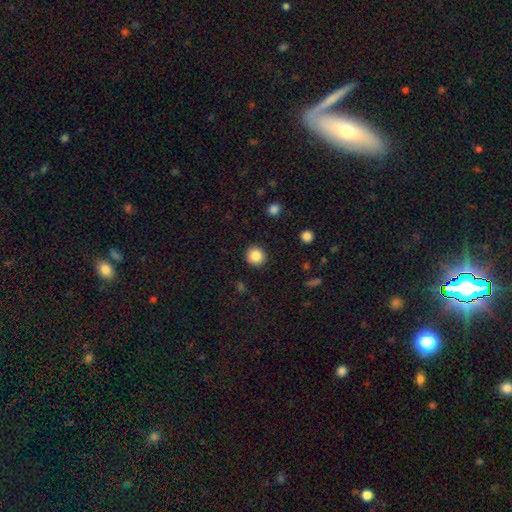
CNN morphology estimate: The model was most divided on "smooth or featured": smooth: 86%, star or artifact: 10%, featured or disk: 5%. More confident: merging — none (91%); how rounded — round (91%).